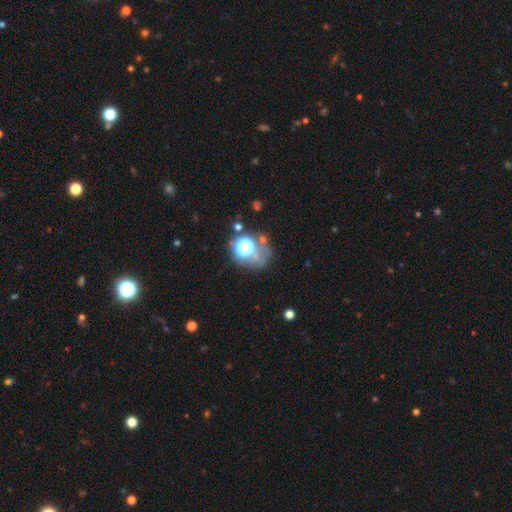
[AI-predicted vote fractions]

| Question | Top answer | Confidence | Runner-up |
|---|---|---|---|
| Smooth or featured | star or artifact | 54% | smooth (30%) |